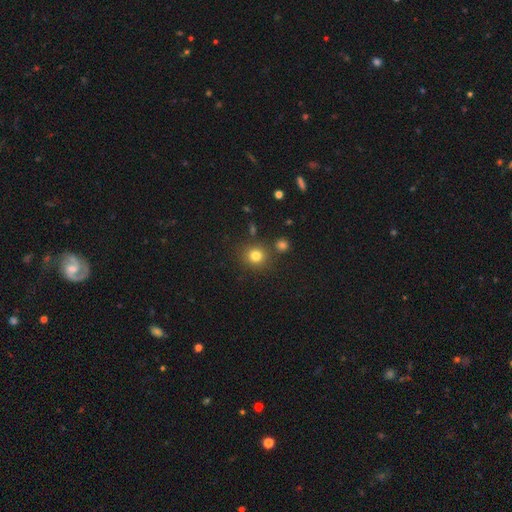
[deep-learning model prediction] Smooth or featured: smooth — 80% (star or artifact — 14%)
How rounded: round — 88% (in between — 11%)
Merging: none — 82% (minor disturbance — 8%)